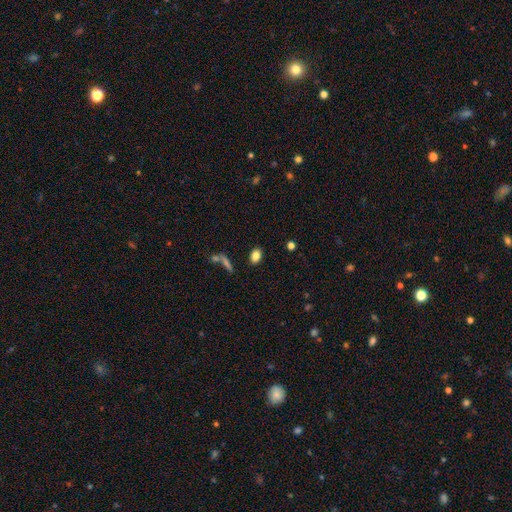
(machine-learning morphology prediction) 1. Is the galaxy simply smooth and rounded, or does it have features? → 83% smooth, 9% star or artifact, 7% featured or disk.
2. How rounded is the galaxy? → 81% in between, 16% round, 3% cigar-shaped.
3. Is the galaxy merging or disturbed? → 85% none, 9% minor disturbance, 4% merger, 3% major disturbance.